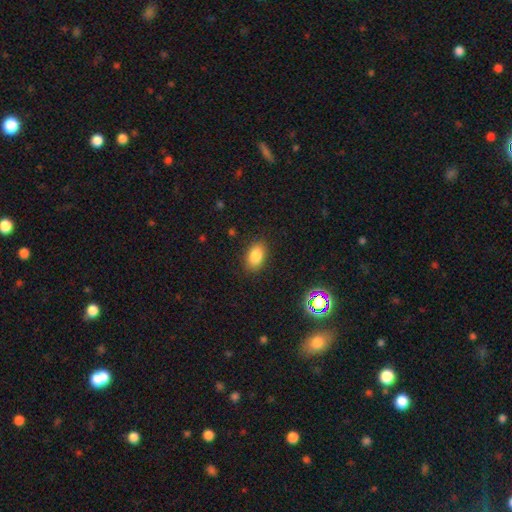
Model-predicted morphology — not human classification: Smooth or featured: smooth — 84% (star or artifact — 9%)
How rounded: in between — 89% (round — 9%)
Merging: none — 87% (minor disturbance — 9%)